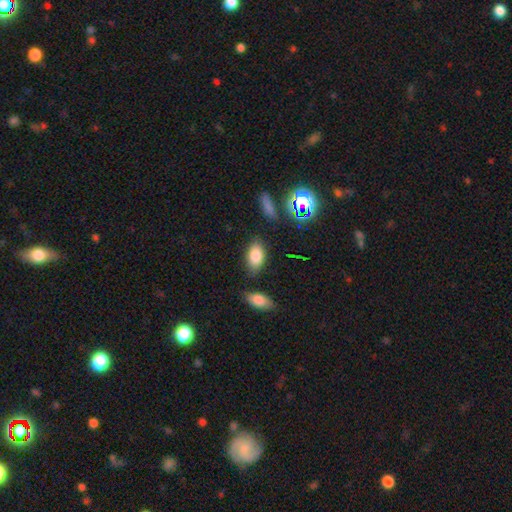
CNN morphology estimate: The model was most divided on "merging": none: 78%, minor disturbance: 13%, merger: 4%, major disturbance: 4%. More confident: how rounded — in between (91%); smooth or featured — smooth (82%).